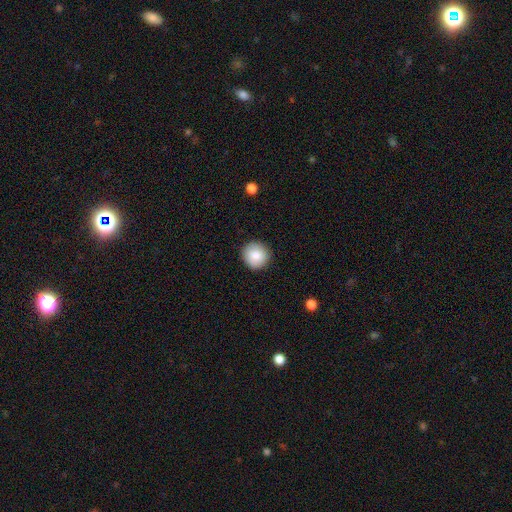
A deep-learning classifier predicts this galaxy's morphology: Smooth or featured? smooth (86%)
How rounded? round (94%)
Merging? none (91%)